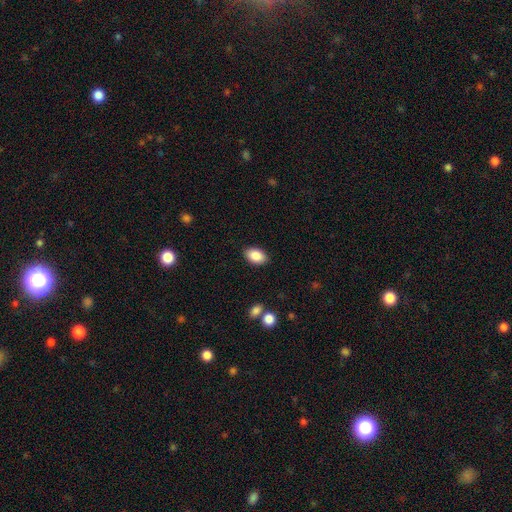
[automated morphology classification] A smooth galaxy with no disk features (87%) that is in between round and cigar-shaped (91%). Merging: none (88%).